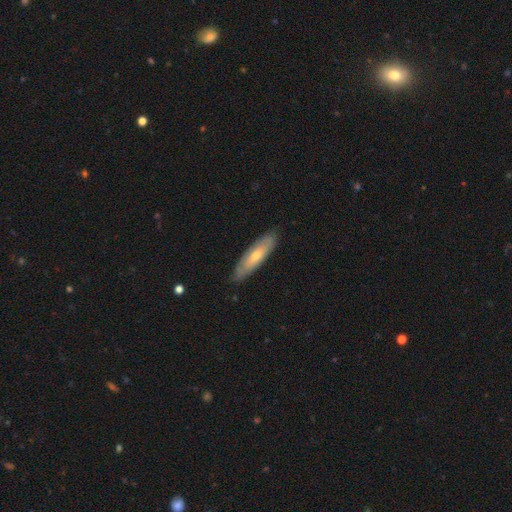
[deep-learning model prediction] Q: Smooth or featured?
A: smooth (52%); runner-up: featured or disk (42%)
Q: How rounded?
A: cigar-shaped (69%); runner-up: in between (30%)
Q: Merging?
A: none (86%); runner-up: minor disturbance (11%)